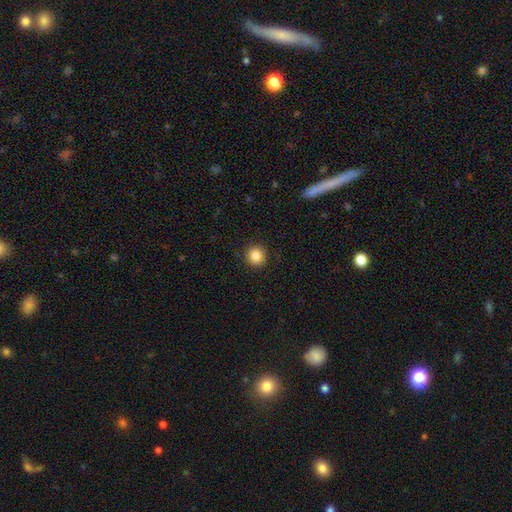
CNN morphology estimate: Smooth or featured? smooth (87%)
How rounded? round (92%)
Merging? none (91%)